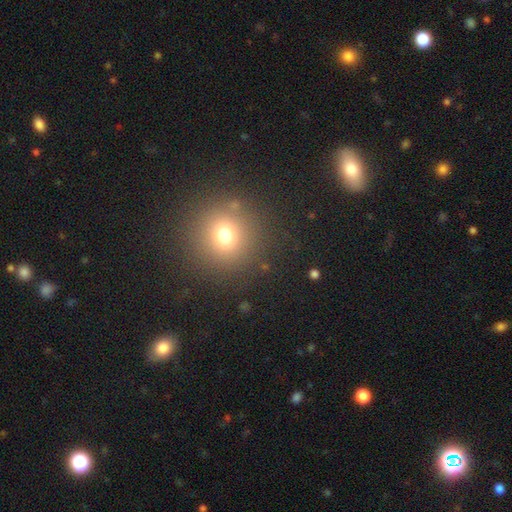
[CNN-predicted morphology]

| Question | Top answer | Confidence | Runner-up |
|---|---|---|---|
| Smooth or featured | smooth | 65% | star or artifact (25%) |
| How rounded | round | 92% | in between (7%) |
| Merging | none | 89% | minor disturbance (6%) |